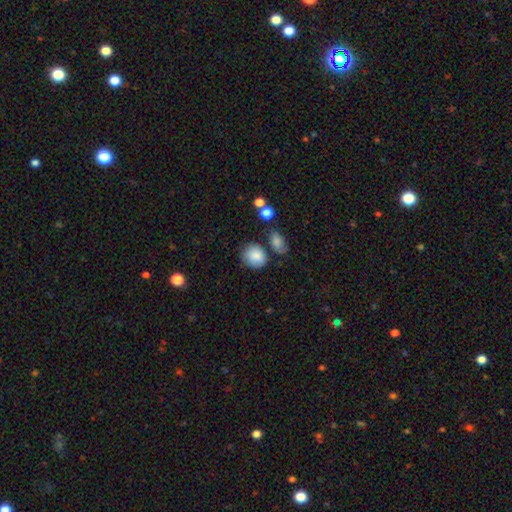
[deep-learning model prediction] Overall: smooth (83%). How rounded: round (63%; in between 35%). Merging: none (62%; minor disturbance 23%).